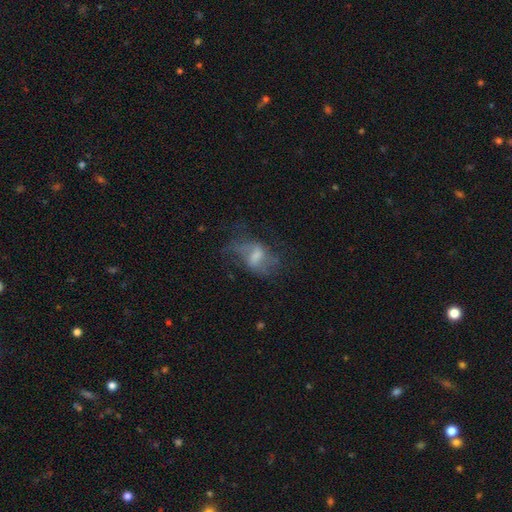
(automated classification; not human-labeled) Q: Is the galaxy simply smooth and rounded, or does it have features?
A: featured or disk — 55%.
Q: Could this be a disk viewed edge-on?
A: no — 94%.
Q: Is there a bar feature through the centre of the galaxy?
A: weak — 48%.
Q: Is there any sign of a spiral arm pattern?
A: yes — 60%.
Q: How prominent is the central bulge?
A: moderate — 35%.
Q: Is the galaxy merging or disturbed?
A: none — 44%.